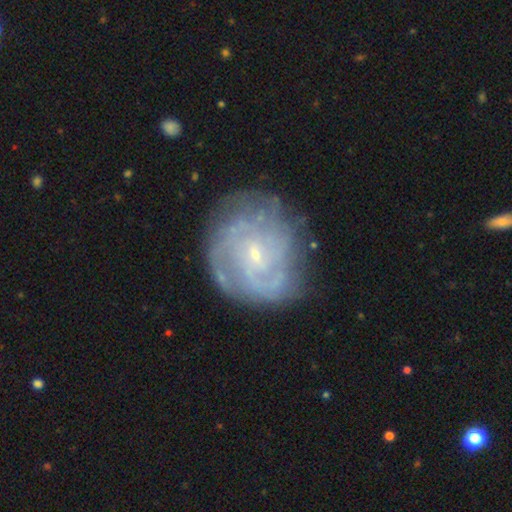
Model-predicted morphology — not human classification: A featured or disk galaxy (81%) with no bar (60%), tight (66%) spiral arms (90%) and a small central bulge (84%). Merging: none (74%).